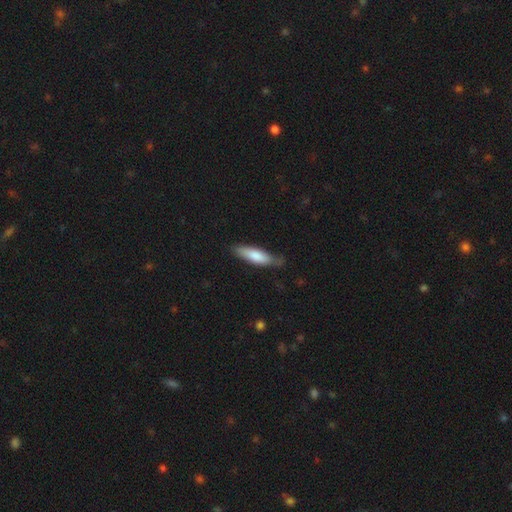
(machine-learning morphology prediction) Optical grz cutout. It shows a smooth galaxy with no disk features (76%) that is cigar-shaped (61%). Merging: none (69%).